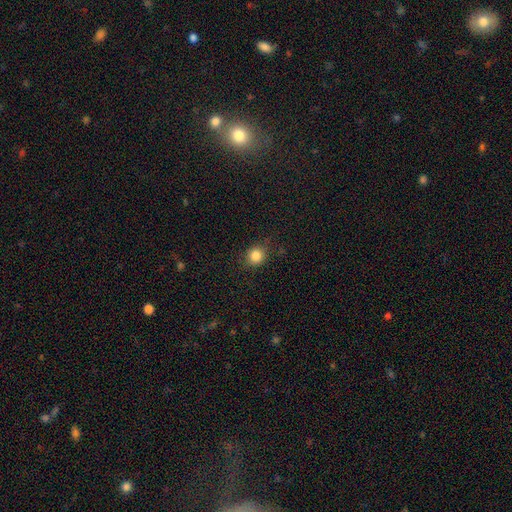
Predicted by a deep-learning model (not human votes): Overall: smooth (85%). How rounded: round (80%). Merging: none (84%).